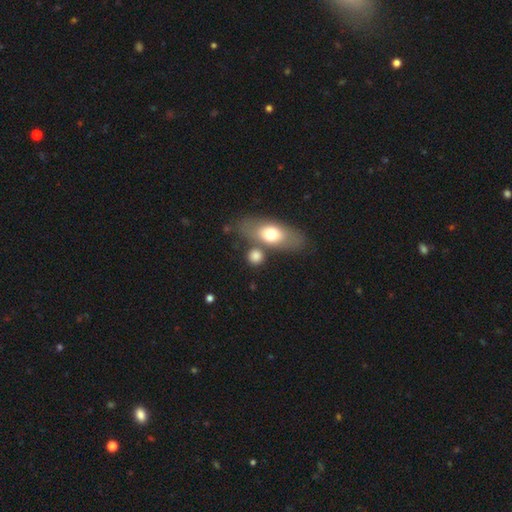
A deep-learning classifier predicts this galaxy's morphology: Smooth or featured?
  - smooth: 73% *
  - featured or disk: 19%
  - star or artifact: 7%
How rounded?
  - round: 48% *
  - in between: 42%
  - cigar-shaped: 10%
Merging?
  - none: 61% *
  - merger: 22%
  - minor disturbance: 12%
  - major disturbance: 5%